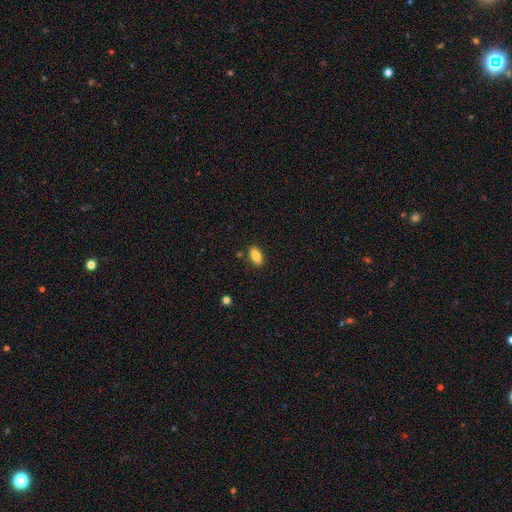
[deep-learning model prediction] A smooth galaxy with no disk features (85%) that is in between round and cigar-shaped (90%).

Vote fractions:
- Smooth or featured? smooth: 85% / star or artifact: 8% / featured or disk: 7%
- How rounded? in between: 90% / cigar-shaped: 6% / round: 4%
- Merging? none: 86% / minor disturbance: 9% / merger: 3% / major disturbance: 2%